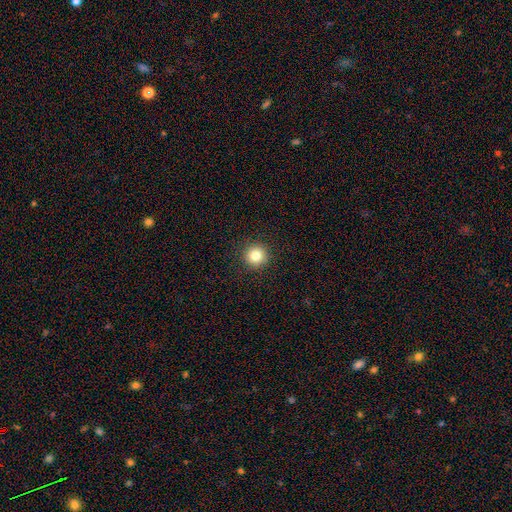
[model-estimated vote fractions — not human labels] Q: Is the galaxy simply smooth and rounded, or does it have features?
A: smooth — 83%.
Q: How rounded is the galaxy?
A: round — 95%.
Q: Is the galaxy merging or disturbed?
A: none — 92%.